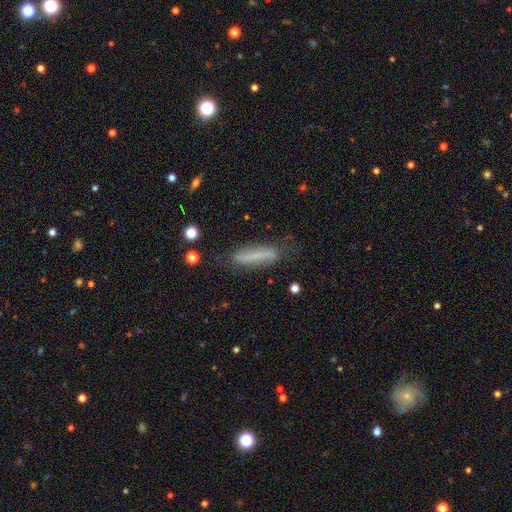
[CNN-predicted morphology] A smooth galaxy with no disk features (60%) that is cigar-shaped (78%). Merging: none (70%).